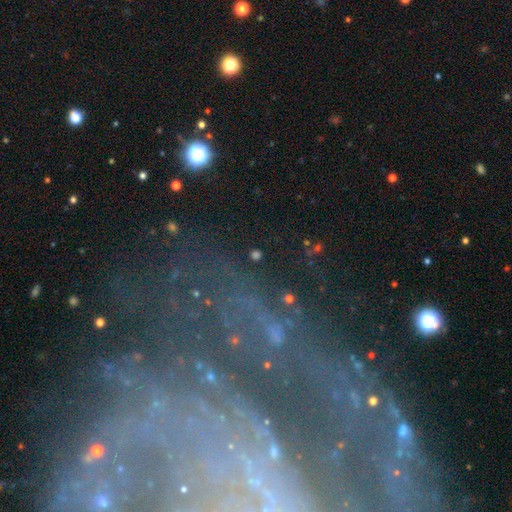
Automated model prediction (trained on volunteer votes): A star or artifact, not a galaxy (41%).